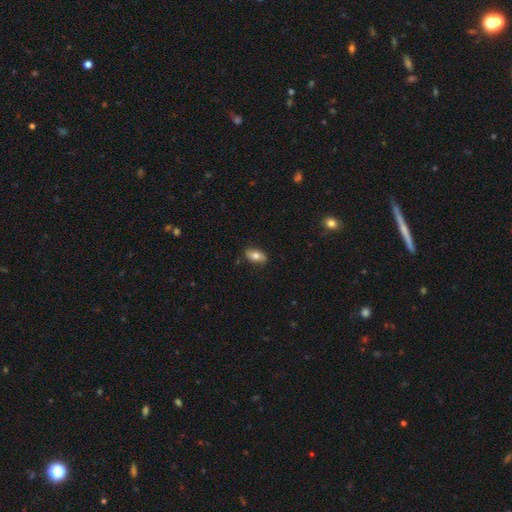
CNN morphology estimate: A smooth galaxy with no disk features (73%) that is in between round and cigar-shaped (90%). Merging: none (84%).